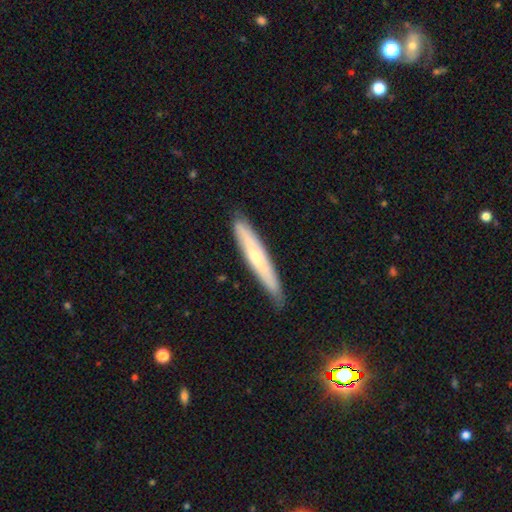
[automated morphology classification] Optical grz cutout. It shows a smooth galaxy with no disk features (49%). Merging: none (81%).